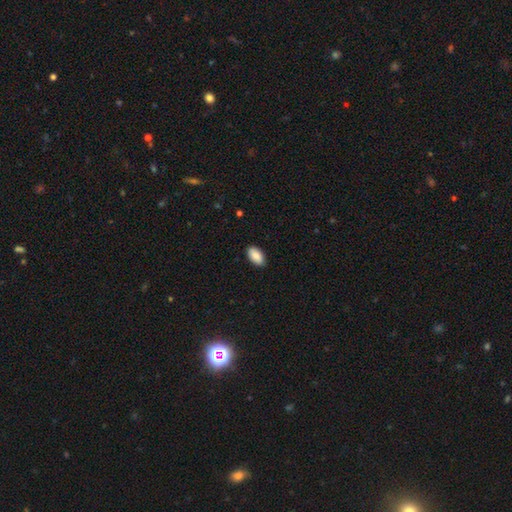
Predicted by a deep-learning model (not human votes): Smooth or featured: smooth — 89% (star or artifact — 6%)
How rounded: in between — 95% (round — 3%)
Merging: none — 89% (minor disturbance — 8%)